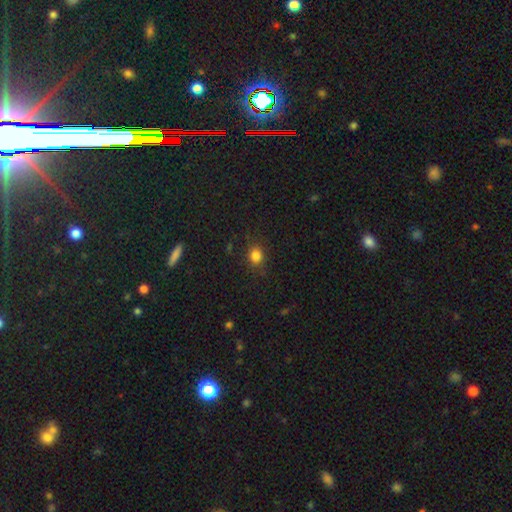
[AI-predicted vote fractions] Smooth or featured?
  - smooth: 83% *
  - star or artifact: 13%
  - featured or disk: 5%
How rounded?
  - round: 68% *
  - in between: 30%
  - cigar-shaped: 1%
Merging?
  - none: 84% *
  - minor disturbance: 11%
  - major disturbance: 3%
  - merger: 1%